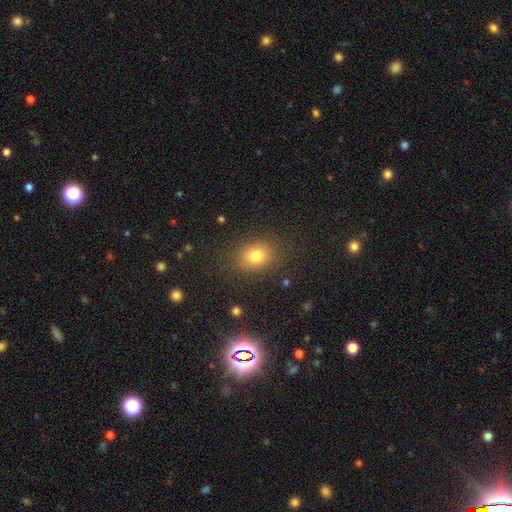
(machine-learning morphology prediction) Smooth or featured: smooth — 78% (star or artifact — 14%)
How rounded: in between — 52% (round — 47%)
Merging: none — 84% (minor disturbance — 10%)